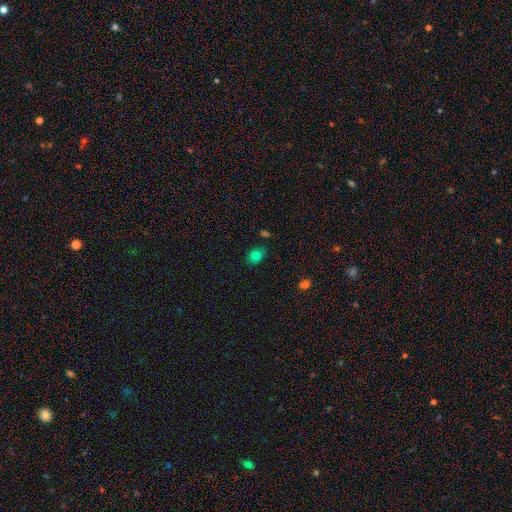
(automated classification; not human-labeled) The model was most divided on "how rounded": in between: 65%, round: 34%, cigar-shaped: 1%. More confident: smooth or featured — smooth (78%); merging — none (75%).